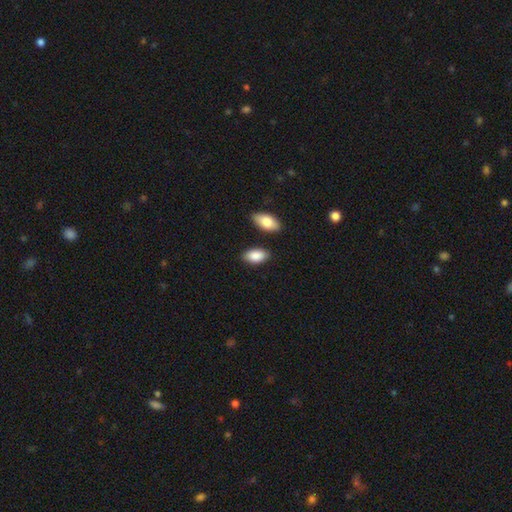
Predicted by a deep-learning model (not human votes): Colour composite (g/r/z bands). It shows a smooth galaxy with no disk features (88%) that is in between round and cigar-shaped (94%). Merging: none (81%).